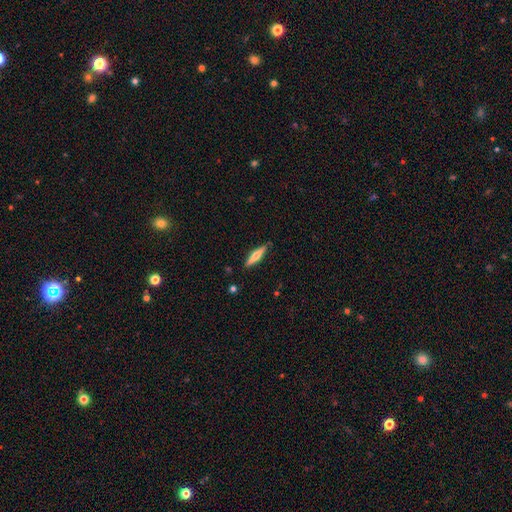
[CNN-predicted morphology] This appears to be a smooth galaxy with no disk features (47%, tied with featured or disk). Merging: none (87%).